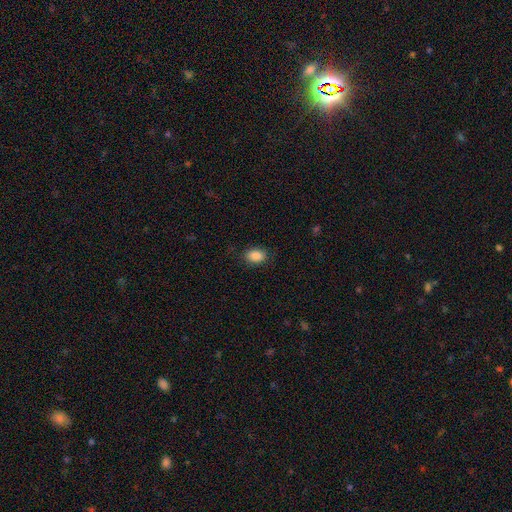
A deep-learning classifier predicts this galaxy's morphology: A smooth galaxy with no disk features (88%) that is in between round and cigar-shaped (80%). Merging: none (85%).